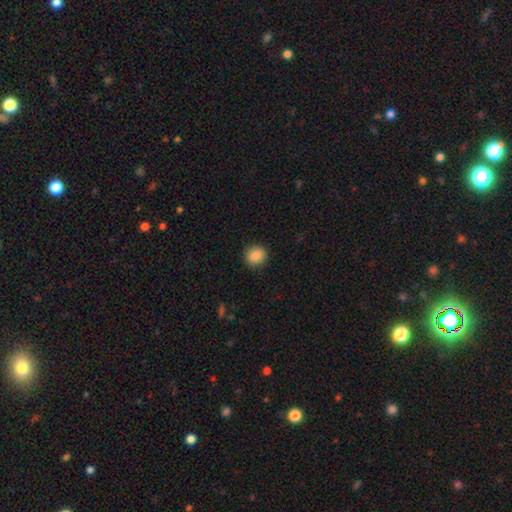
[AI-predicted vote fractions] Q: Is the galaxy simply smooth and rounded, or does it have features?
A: smooth — 87%.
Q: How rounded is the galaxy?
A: round — 88%.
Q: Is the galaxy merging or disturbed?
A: none — 91%.